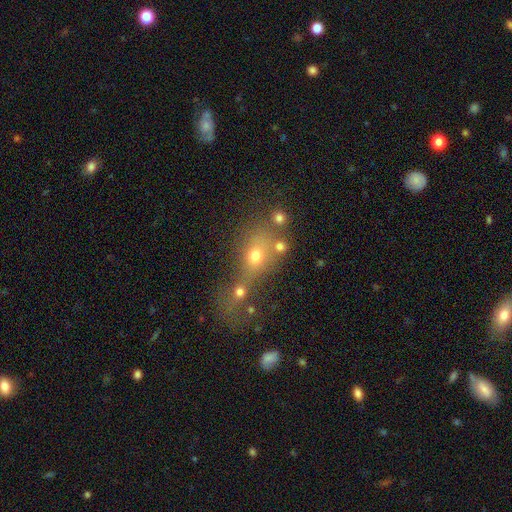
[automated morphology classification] Q: Smooth or featured?
A: smooth (59%); runner-up: star or artifact (21%)
Q: How rounded?
A: round (49%); runner-up: in between (45%)
Q: Merging?
A: merger (54%); runner-up: none (27%)